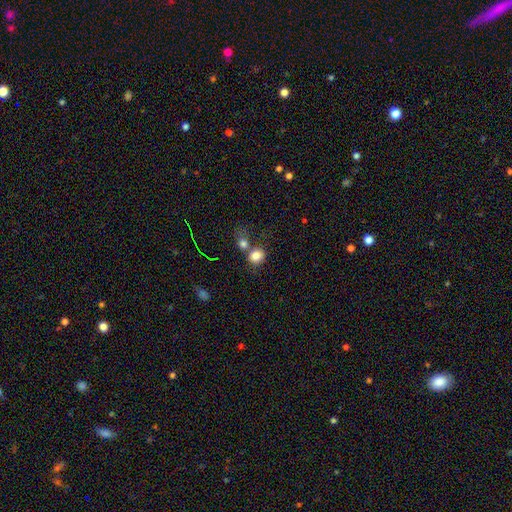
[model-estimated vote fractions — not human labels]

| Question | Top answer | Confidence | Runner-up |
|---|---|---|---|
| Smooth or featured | smooth | 81% | star or artifact (10%) |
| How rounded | round | 70% | in between (29%) |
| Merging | none | 49% | merger (34%) |